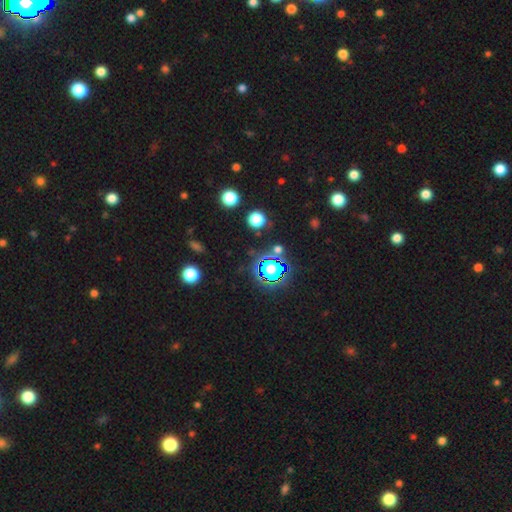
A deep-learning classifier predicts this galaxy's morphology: Smooth or featured?
  - star or artifact: 79% *
  - smooth: 13%
  - featured or disk: 8%